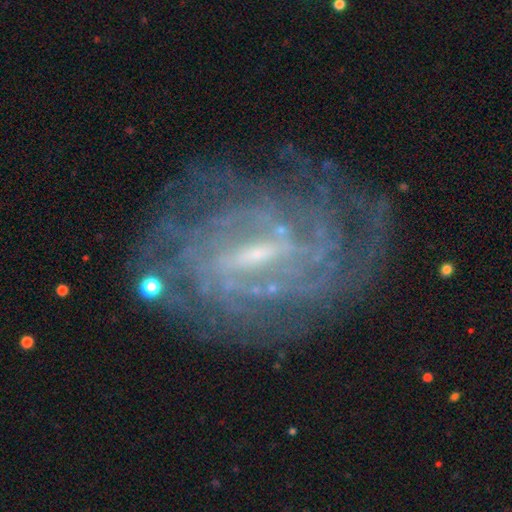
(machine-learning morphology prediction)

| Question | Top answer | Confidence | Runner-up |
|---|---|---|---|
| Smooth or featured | featured or disk | 87% | star or artifact (7%) |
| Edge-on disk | no | 96% | yes (4%) |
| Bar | weak | 47% | strong (42%) |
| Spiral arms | yes | 94% | no (6%) |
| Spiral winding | tight | 71% | medium (24%) |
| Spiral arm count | can't tell | 38% | 4 (19%) |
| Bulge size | small | 58% | moderate (26%) |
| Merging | none | 73% | minor disturbance (15%) |